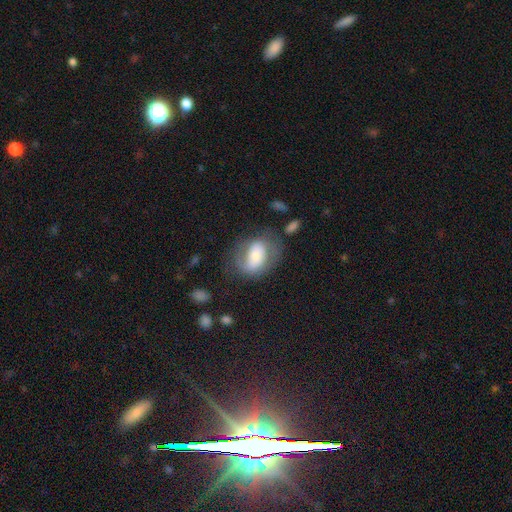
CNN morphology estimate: type=featured or disk (48%); merging=none (51%).